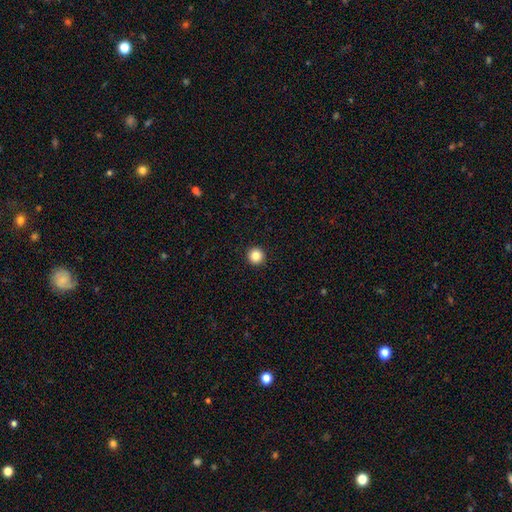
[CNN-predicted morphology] This appears to be a smooth galaxy with no disk features (86%) that is round (96%). Merging: none (94%).